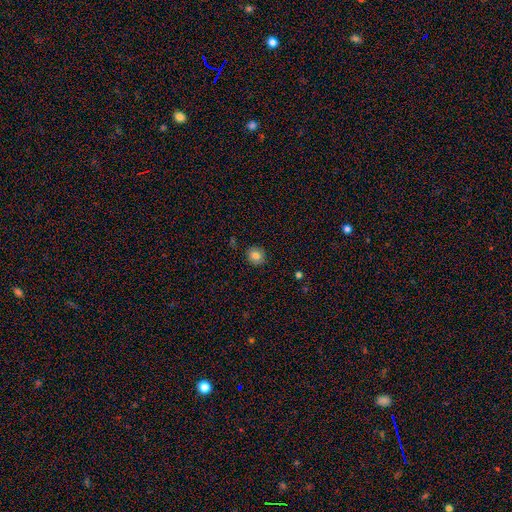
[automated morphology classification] This appears to be a smooth galaxy with no disk features (81%) that is round (87%). Merging: none (88%).